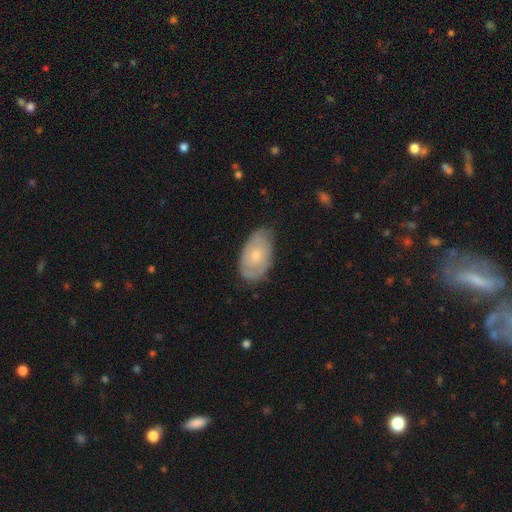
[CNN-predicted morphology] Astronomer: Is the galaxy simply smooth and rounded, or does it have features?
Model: featured or disk — 56% (runner-up: smooth, 38%).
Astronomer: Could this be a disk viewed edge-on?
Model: no — 94%.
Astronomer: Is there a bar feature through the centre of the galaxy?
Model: no — 78%.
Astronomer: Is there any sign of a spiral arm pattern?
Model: yes — 75%.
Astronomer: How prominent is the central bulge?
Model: small — 57% (runner-up: moderate, 38%).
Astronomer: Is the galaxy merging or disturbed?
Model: none — 72%.